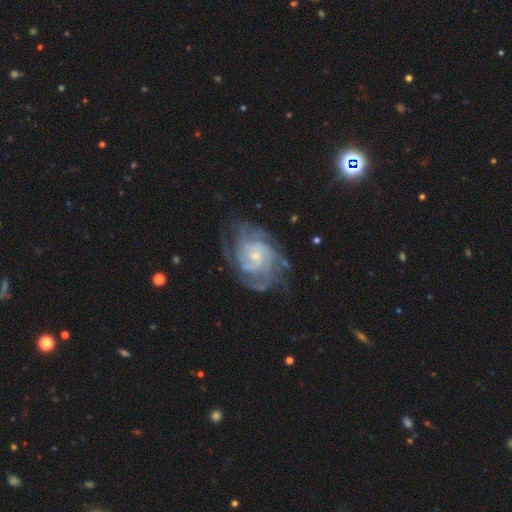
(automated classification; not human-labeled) Smooth or featured? Predicted: featured or disk (p=0.86). Edge-on disk? Predicted: no (p=0.97). Bar? Predicted: no (p=0.65). Spiral arms? Predicted: yes (p=0.95). Spiral winding? Predicted: tight (p=0.61). Spiral arm count? Predicted: can't tell (p=0.32). Bulge size? Predicted: small (p=0.69). Merging? Predicted: none (p=0.69).